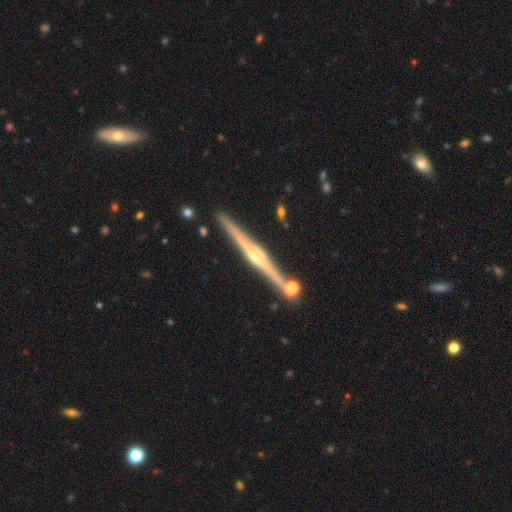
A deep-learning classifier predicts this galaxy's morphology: Overall: featured or disk (85%). Edge-on disk: yes (99%). Edge-on bulge: rounded (78%). Merging: none (88%).